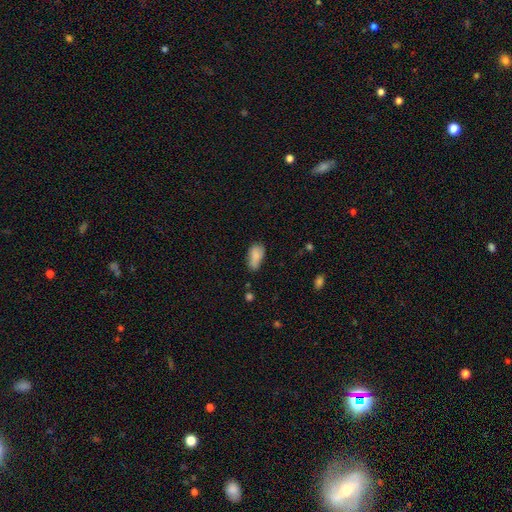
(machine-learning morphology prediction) Overall: smooth (81%). How rounded: in between (89%). Merging: none (49%; minor disturbance 36%).